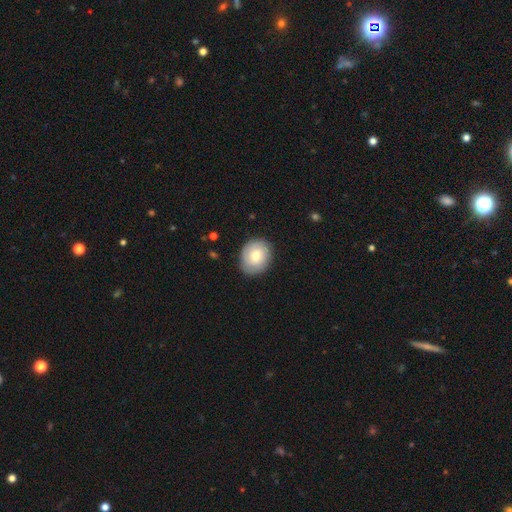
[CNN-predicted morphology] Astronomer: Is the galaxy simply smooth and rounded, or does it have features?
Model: smooth — 60%.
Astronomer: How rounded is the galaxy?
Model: round — 61% (runner-up: in between, 38%).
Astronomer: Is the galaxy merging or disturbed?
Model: none — 85%.